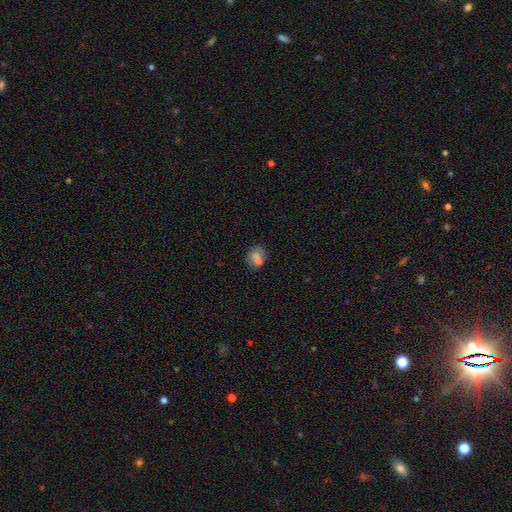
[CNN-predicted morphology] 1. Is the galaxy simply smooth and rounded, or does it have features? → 66% smooth, 19% featured or disk, 15% star or artifact.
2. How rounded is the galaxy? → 71% round, 28% in between, 1% cigar-shaped.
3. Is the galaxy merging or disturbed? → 61% none, 21% merger, 14% minor disturbance, 5% major disturbance.